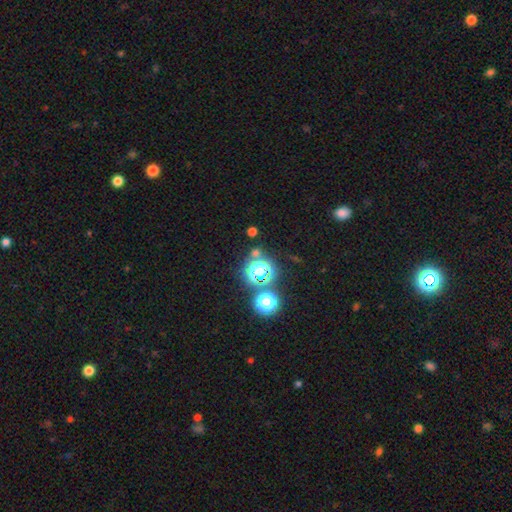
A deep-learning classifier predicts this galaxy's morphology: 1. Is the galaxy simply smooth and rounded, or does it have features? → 64% star or artifact, 27% smooth, 9% featured or disk.